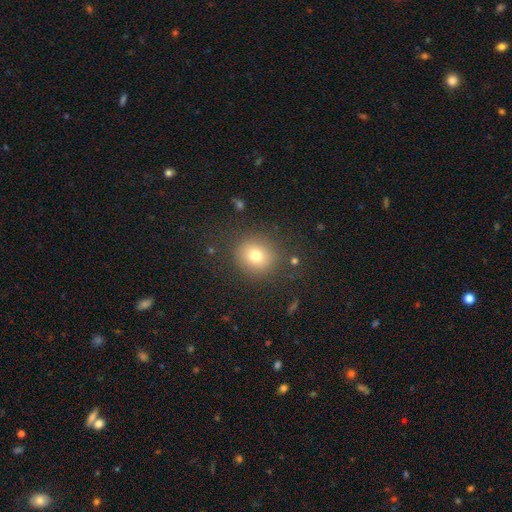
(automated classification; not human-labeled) A smooth galaxy with no disk features (74%) that is round (87%).

Vote fractions:
- Smooth or featured? smooth: 74% / star or artifact: 14% / featured or disk: 11%
- How rounded? round: 87% / in between: 13% / cigar-shaped: 1%
- Merging? none: 85% / minor disturbance: 9% / major disturbance: 5% / merger: 2%